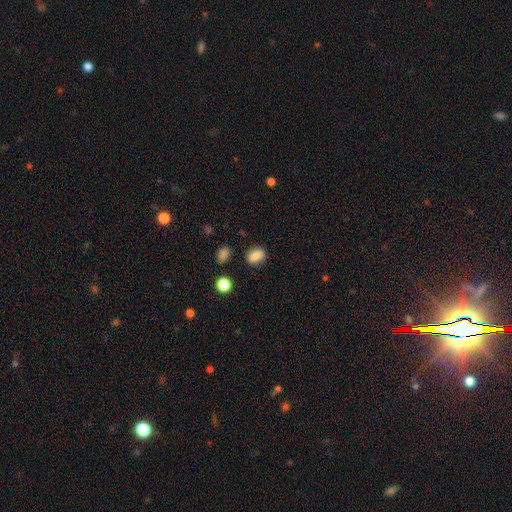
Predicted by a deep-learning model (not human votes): This appears to be a smooth galaxy with no disk features (82%) that is in between round and cigar-shaped (64%). Merging: none (81%).